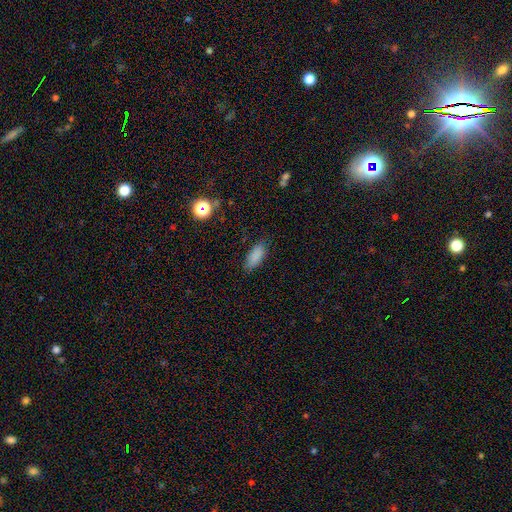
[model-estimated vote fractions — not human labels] The model was most divided on "how rounded": in between: 81%, cigar-shaped: 16%, round: 3%. More confident: smooth or featured — smooth (85%); merging — none (82%).